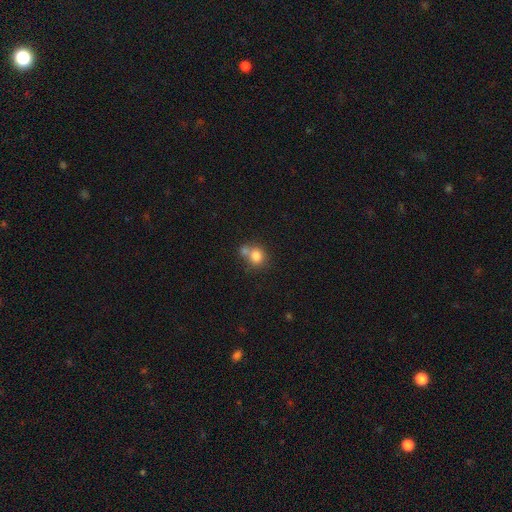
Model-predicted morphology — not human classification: Q: Smooth or featured?
A: smooth (80%); runner-up: star or artifact (10%)
Q: How rounded?
A: round (78%); runner-up: in between (21%)
Q: Merging?
A: none (43%); tied with: merger (43%)